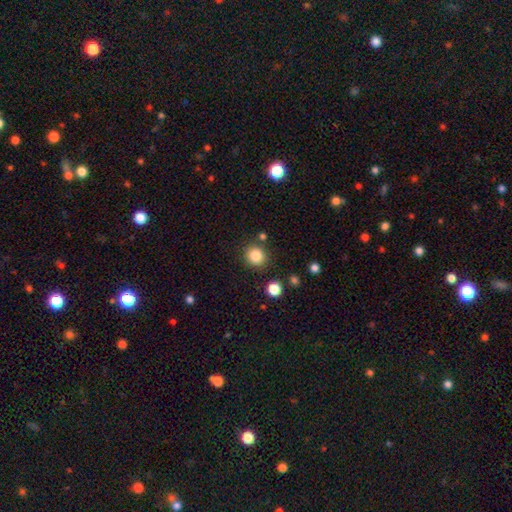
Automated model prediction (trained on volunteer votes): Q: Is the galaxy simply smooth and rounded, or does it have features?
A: smooth — 85%.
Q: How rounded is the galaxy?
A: round — 89%.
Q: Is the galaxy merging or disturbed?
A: none — 86%.